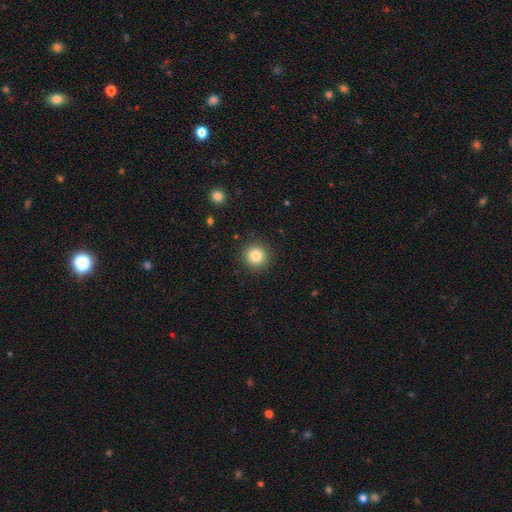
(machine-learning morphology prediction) smooth 84%, star or artifact 11%, featured or disk 6%. Down the decision tree: how rounded — round (94%); merging — none (91%).